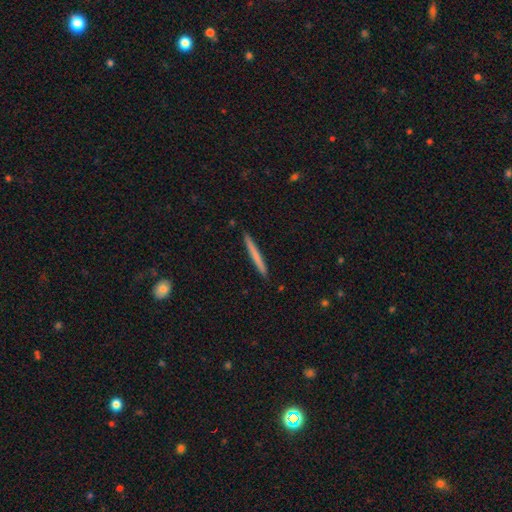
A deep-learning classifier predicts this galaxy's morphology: type=smooth (65%); roundness=cigar-shaped (97%); merging=none (92%).